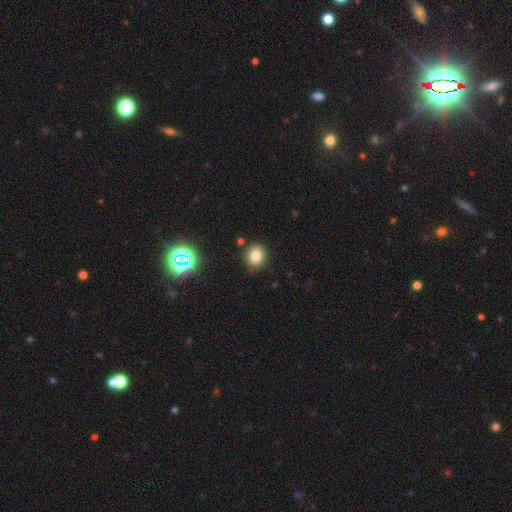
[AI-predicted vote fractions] Smooth or featured? smooth (77%)
How rounded? round (76%)
Merging? none (85%)